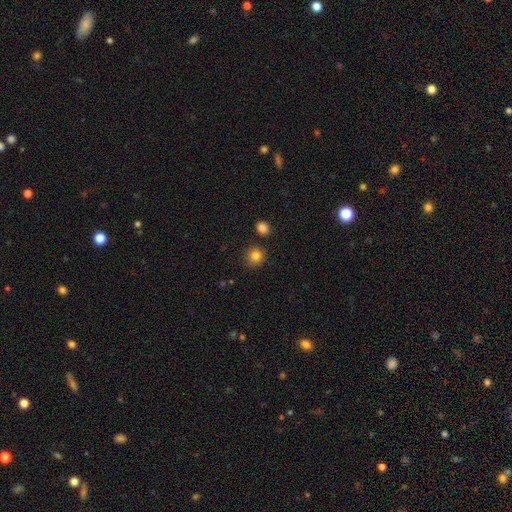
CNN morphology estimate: Smooth or featured? Predicted: smooth (p=0.84). How rounded? Predicted: round (p=0.89). Merging? Predicted: none (p=0.84).